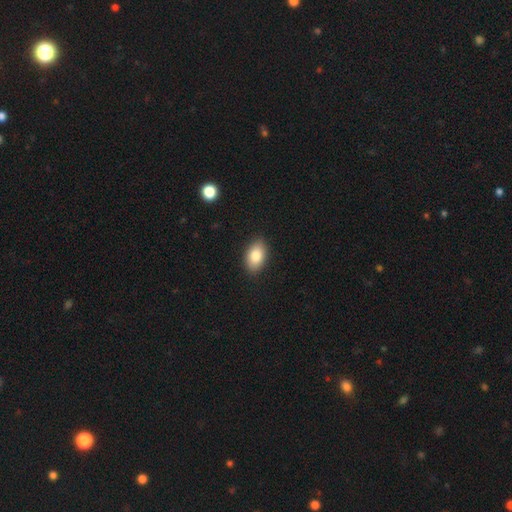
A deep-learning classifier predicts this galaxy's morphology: This is clearly a smooth galaxy (84%). How rounded: clearly in between (90%). Merging: clearly none (89%).